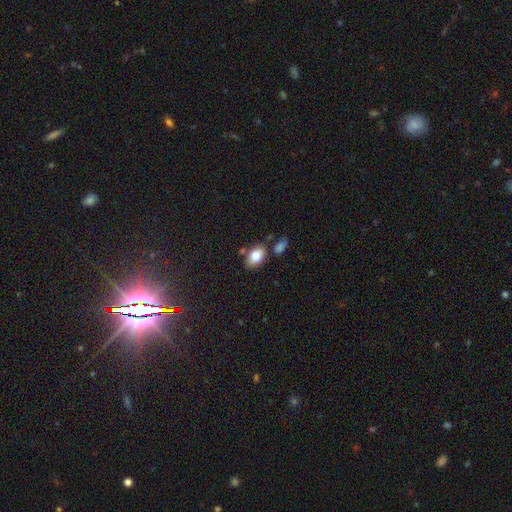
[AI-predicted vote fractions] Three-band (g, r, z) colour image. It shows a smooth galaxy with no disk features (82%) that is in between round and cigar-shaped (89%). Merging: none (71%).